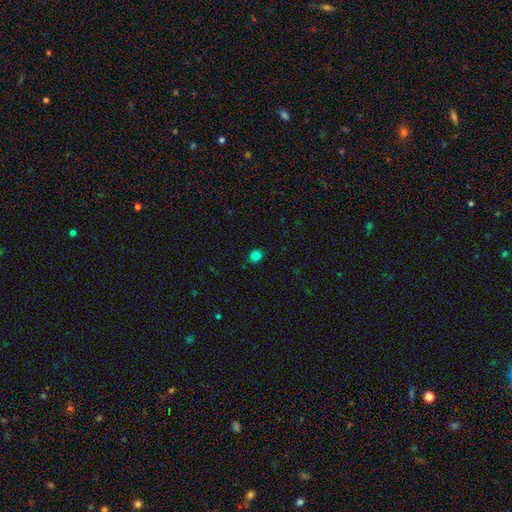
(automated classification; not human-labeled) Smooth or featured? Predicted: smooth (p=0.82). How rounded? Predicted: round (p=0.76). Merging? Predicted: none (p=0.89).